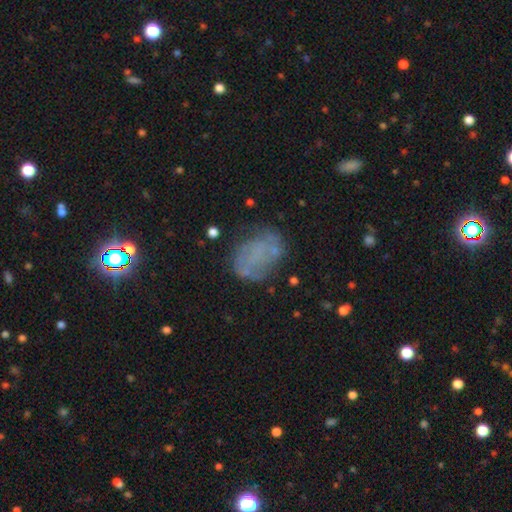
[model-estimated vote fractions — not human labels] This appears to be a featured or disk galaxy (42%). Merging: none (64%).